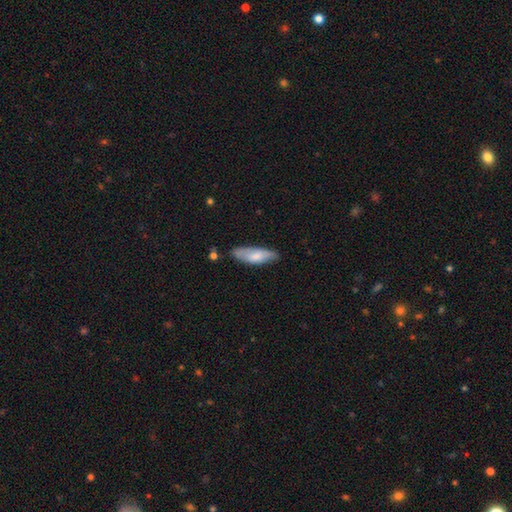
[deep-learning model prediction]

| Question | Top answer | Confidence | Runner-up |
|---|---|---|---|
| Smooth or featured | smooth | 71% | featured or disk (23%) |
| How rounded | in between | 59% | cigar-shaped (39%) |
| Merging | none | 70% | minor disturbance (23%) |